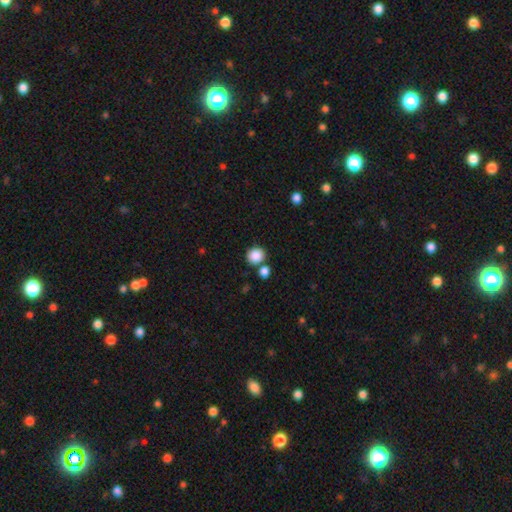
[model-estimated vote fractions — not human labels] Morphology: type=smooth (87%); roundness=round (83%); merging=none (70%).